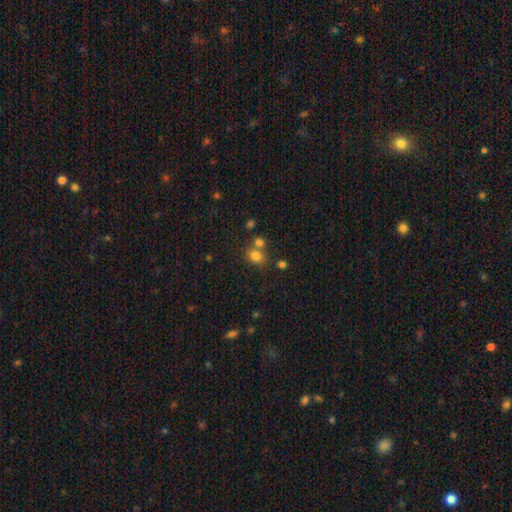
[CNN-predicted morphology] The model was most divided on "how rounded": round: 50%, in between: 48%, cigar-shaped: 1%. More confident: smooth or featured — smooth (79%); merging — none (55%).